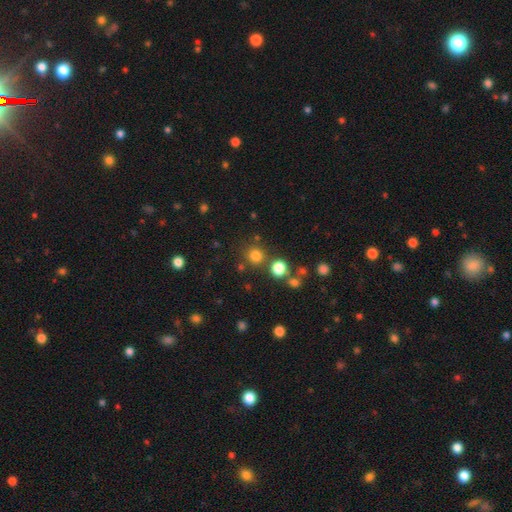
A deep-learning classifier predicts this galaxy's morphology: This is likely a smooth galaxy (77%). How rounded: clearly round (92%). Merging: likely none (78%).